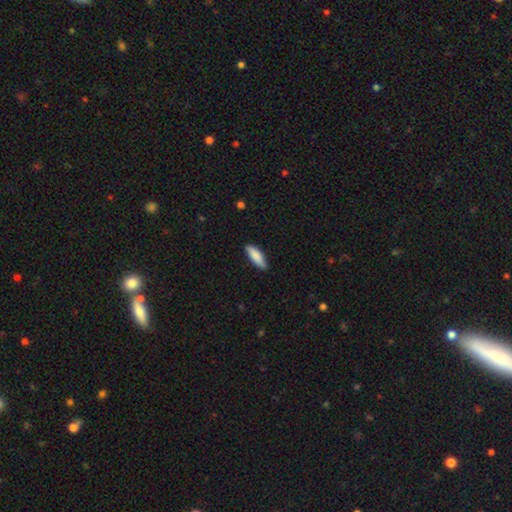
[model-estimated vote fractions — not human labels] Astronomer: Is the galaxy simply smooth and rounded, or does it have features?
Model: smooth — 87%.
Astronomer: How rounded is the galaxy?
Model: in between — 55% (runner-up: cigar-shaped, 43%).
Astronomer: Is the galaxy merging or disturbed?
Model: none — 85%.